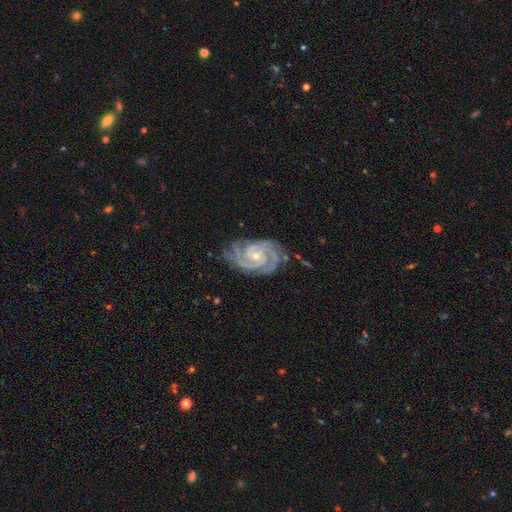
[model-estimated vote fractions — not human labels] The model was most divided on "spiral arm count": 3: 40%, 2: 31%, 4: 12%, can't tell: 7%, more than 4: 5%, 1: 5%. More confident: spiral arms — yes (99%); edge-on disk — no (98%); smooth or featured — featured or disk (93%); merging — none (73%); bulge size — small (71%); spiral winding — tight (70%); bar — no (61%).